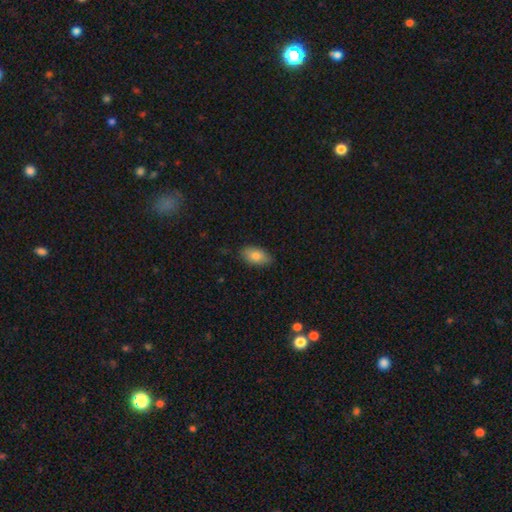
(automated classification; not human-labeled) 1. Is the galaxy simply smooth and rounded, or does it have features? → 83% smooth, 10% featured or disk, 7% star or artifact.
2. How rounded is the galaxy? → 92% in between, 5% round, 3% cigar-shaped.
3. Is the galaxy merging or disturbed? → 84% none, 13% minor disturbance, 2% major disturbance, 1% merger.